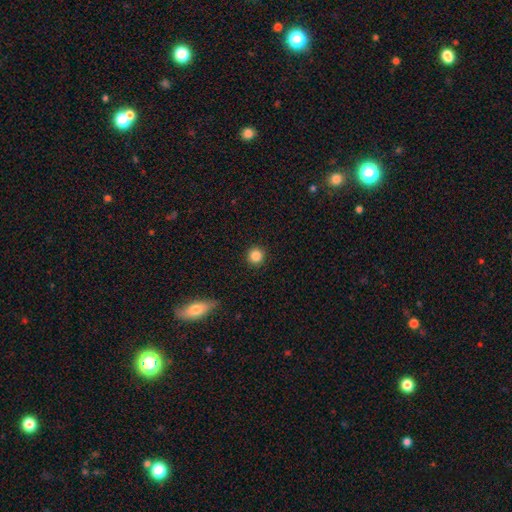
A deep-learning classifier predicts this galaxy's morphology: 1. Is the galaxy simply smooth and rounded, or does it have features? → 85% smooth, 11% star or artifact, 4% featured or disk.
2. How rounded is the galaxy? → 95% round, 4% in between, 1% cigar-shaped.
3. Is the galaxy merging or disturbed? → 92% none, 5% minor disturbance, 2% major disturbance, 1% merger.